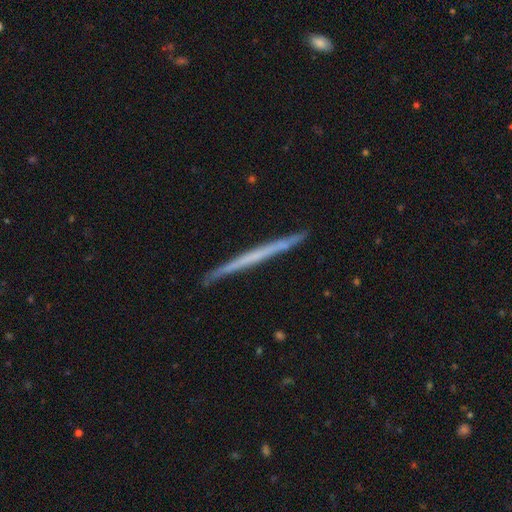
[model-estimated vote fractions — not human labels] featured or disk 57%, smooth 38%, star or artifact 5%. Down the decision tree: edge-on disk — yes (97%); edge-on bulge — none (93%); merging — none (91%).